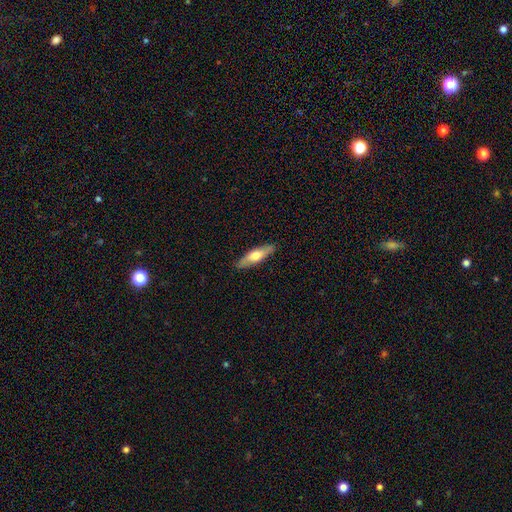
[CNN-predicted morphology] This appears to be a smooth galaxy with no disk features (55%) that is cigar-shaped (62%). Merging: none (88%).